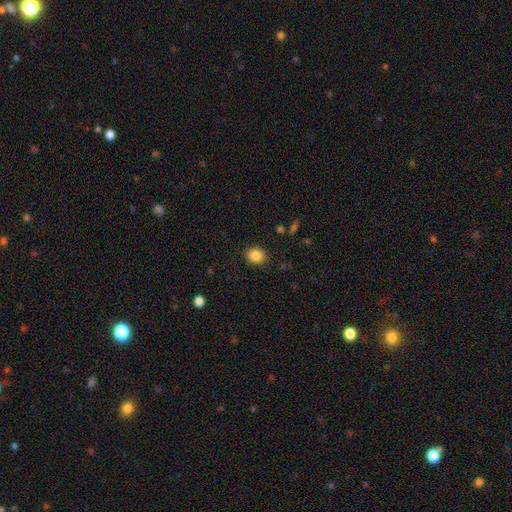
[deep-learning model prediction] smooth_or_featured: smooth (p=0.85) [alt: star or artifact p=0.10]
how_rounded: round (p=0.73) [alt: in between p=0.26]
merging: none (p=0.90) [alt: minor disturbance p=0.07]